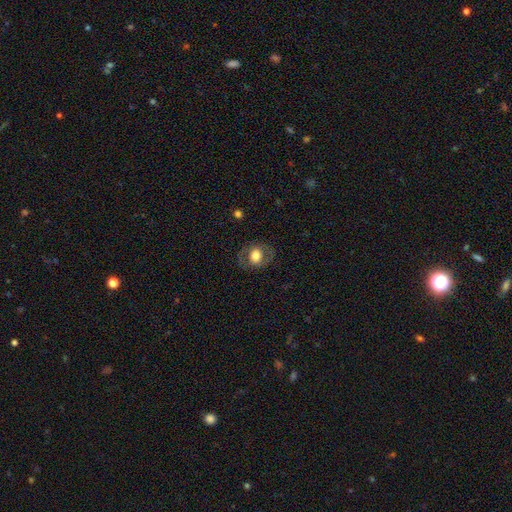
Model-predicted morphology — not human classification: Smooth or featured? Predicted: smooth (p=0.58). How rounded? Predicted: round (p=0.53). Merging? Predicted: none (p=0.78).